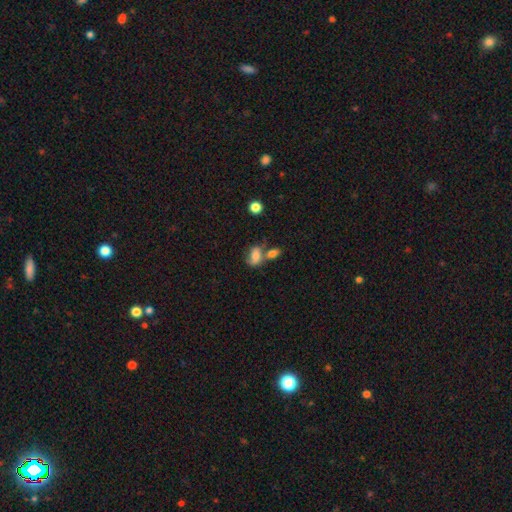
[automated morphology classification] The model was most divided on "merging": merger: 42%, none: 33%, minor disturbance: 15%, major disturbance: 9%. More confident: how rounded — in between (81%); smooth or featured — smooth (64%).